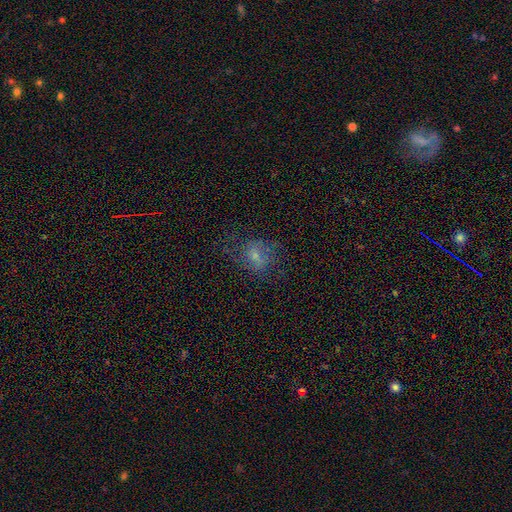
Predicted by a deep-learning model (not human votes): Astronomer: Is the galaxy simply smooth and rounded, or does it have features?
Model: smooth — 52% (runner-up: featured or disk, 32%).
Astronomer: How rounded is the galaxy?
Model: round — 54% (runner-up: in between, 45%).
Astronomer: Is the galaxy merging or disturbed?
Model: none — 57%.